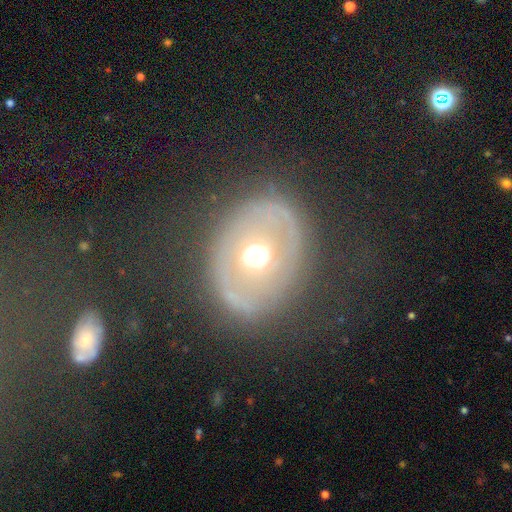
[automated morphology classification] Overall: featured or disk (63%; smooth 29%). Edge-on disk: no (94%). Bar: no (79%). Spiral arms: no (68%; yes 32%). Bulge size: moderate (75%). Merging: none (77%).